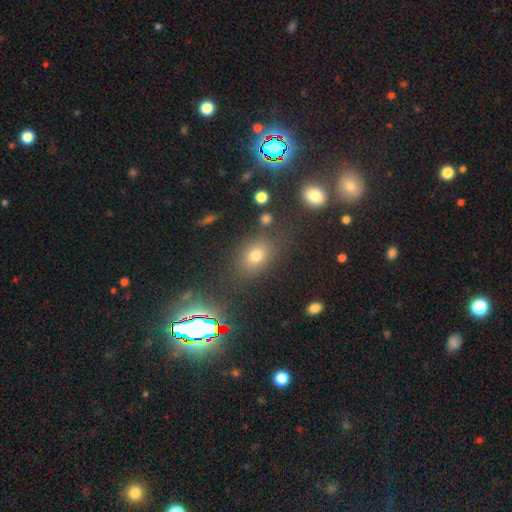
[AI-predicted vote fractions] Smooth or featured? smooth (63%)
How rounded? in between (61%)
Merging? none (80%)